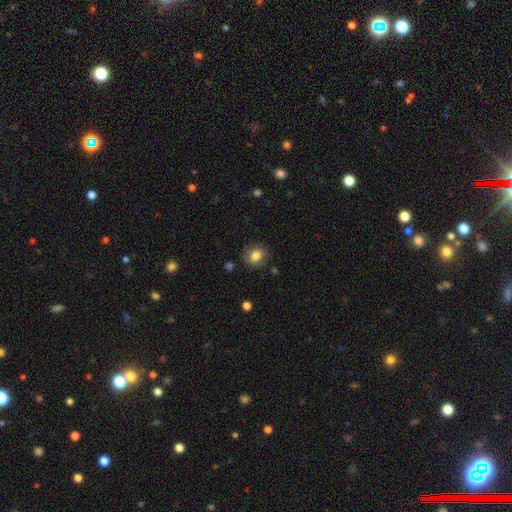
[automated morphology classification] Q: Smooth or featured?
A: smooth (81%); runner-up: star or artifact (9%)
Q: How rounded?
A: round (60%); runner-up: in between (39%)
Q: Merging?
A: none (83%); runner-up: minor disturbance (12%)